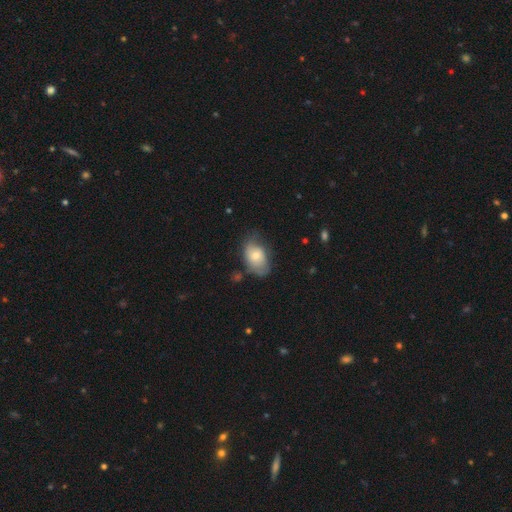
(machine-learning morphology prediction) Smooth or featured? smooth (67%)
How rounded? in between (87%)
Merging? none (54%)